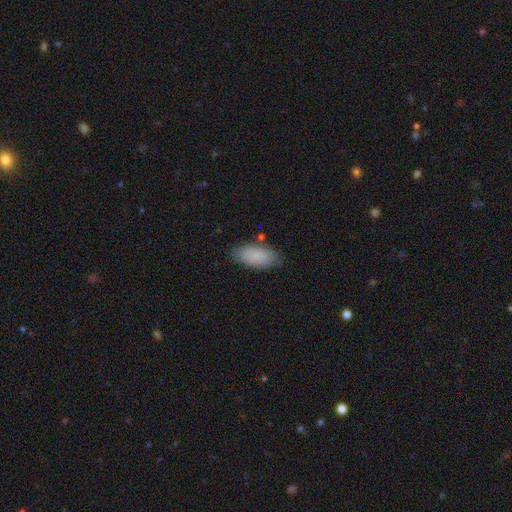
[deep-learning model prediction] smooth 86%, featured or disk 8%, star or artifact 7%. Down the decision tree: how rounded — in between (91%); merging — none (80%).